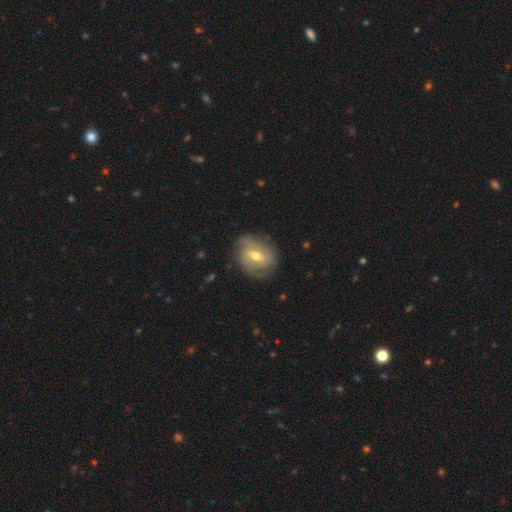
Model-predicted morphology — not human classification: Smooth or featured?
  - featured or disk: 67% *
  - smooth: 26%
  - star or artifact: 6%
Edge-on disk?
  - no: 95% *
  - yes: 5%
Bar?
  - weak: 50% *
  - no: 26%
  - strong: 24%
Spiral arms?
  - yes: 80% *
  - no: 20%
Spiral winding?
  - tight: 49% *
  - medium: 36%
  - loose: 16%
Spiral arm count?
  - 2: 54% *
  - can't tell: 26%
  - 3: 9%
  - 1: 6%
  - 4: 2%
  - more than 4: 2%
Bulge size?
  - moderate: 71% *
  - small: 23%
  - large: 4%
  - none: 1%
  - dominant: 1%
Merging?
  - none: 73% *
  - minor disturbance: 19%
  - major disturbance: 7%
  - merger: 1%